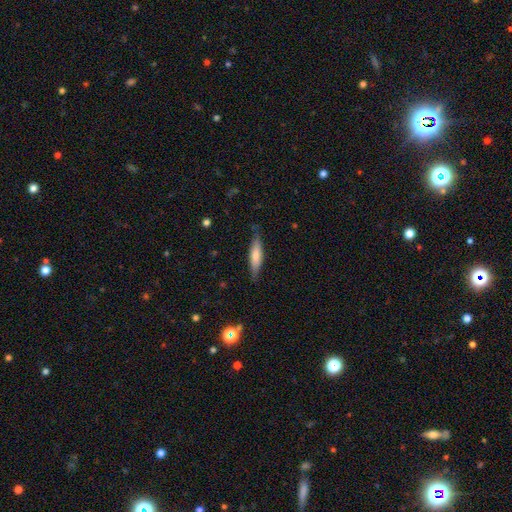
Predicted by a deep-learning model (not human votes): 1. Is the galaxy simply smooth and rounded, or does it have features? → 68% smooth, 26% featured or disk, 6% star or artifact.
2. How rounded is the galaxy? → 74% cigar-shaped, 24% in between, 1% round.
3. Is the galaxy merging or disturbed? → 81% none, 15% minor disturbance, 3% major disturbance, 1% merger.